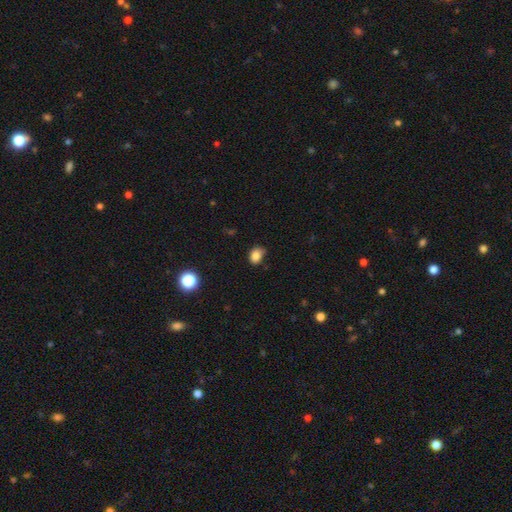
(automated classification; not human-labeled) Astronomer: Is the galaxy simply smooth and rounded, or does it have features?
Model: smooth — 84%.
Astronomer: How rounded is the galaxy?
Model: in between — 60% (runner-up: round, 39%).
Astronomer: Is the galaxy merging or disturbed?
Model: none — 65%.